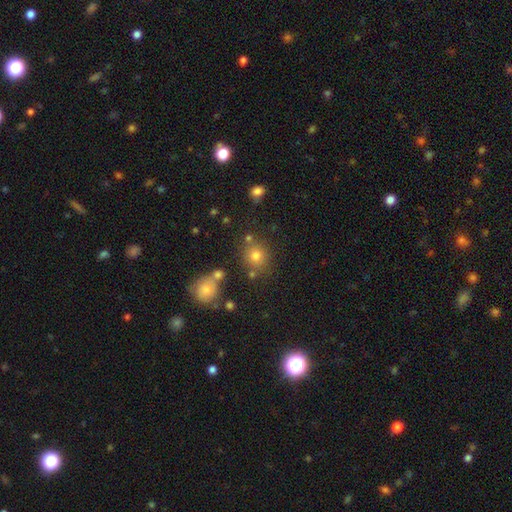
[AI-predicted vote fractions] Morphology: type=smooth (75%); roundness=round (85%); merging=none (75%).